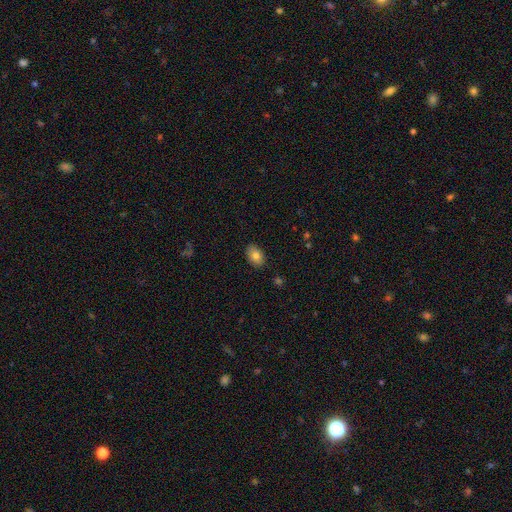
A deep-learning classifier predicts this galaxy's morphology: smooth 80%, featured or disk 12%, star or artifact 8%. Down the decision tree: how rounded — in between (86%); merging — none (87%).